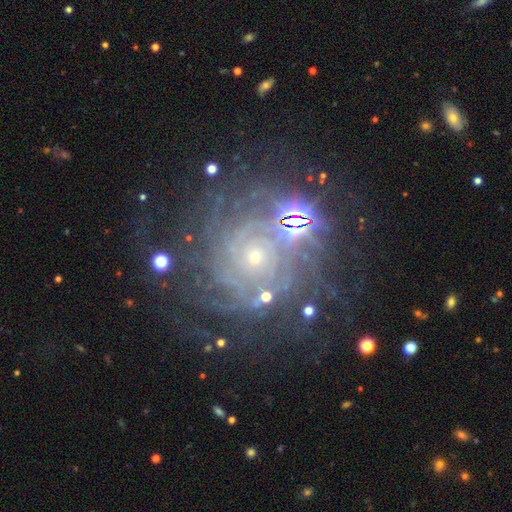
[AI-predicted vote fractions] Smooth or featured?
  - featured or disk: 81% *
  - star or artifact: 12%
  - smooth: 7%
Edge-on disk?
  - no: 97% *
  - yes: 3%
Bar?
  - no: 80% *
  - weak: 14%
  - strong: 6%
Spiral arms?
  - yes: 95% *
  - no: 5%
Spiral winding?
  - tight: 78% *
  - medium: 18%
  - loose: 4%
Spiral arm count?
  - can't tell: 32% *
  - more than 4: 19%
  - 4: 16%
  - 3: 13%
  - 2: 12%
  - 1: 7%
Bulge size?
  - small: 77% *
  - moderate: 17%
  - none: 2%
  - large: 2%
  - dominant: 1%
Merging?
  - none: 70% *
  - minor disturbance: 14%
  - major disturbance: 9%
  - merger: 7%